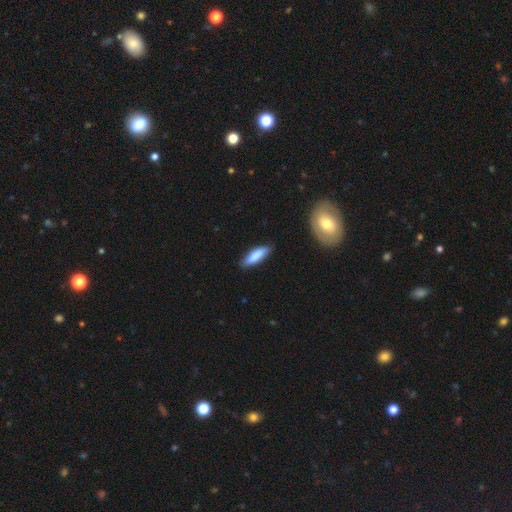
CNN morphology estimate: smooth-or-featured: smooth: 82% | featured or disk: 12% | star or artifact: 6%
  how-rounded: cigar-shaped: 56% | in between: 42% | round: 1%
  merging: none: 83% | minor disturbance: 13% | major disturbance: 2% | merger: 2%